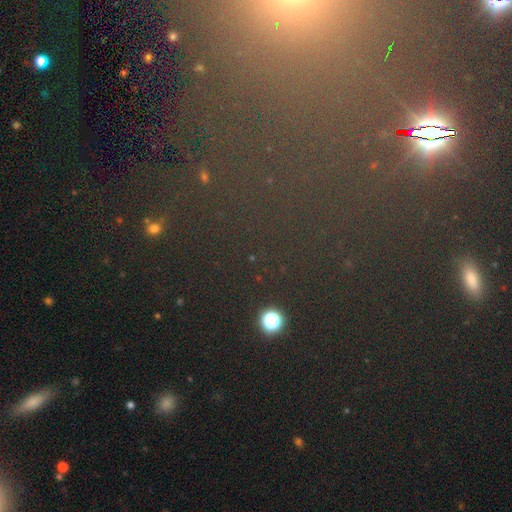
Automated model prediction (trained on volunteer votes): This is likely a star or artifact rather than a galaxy (68%).